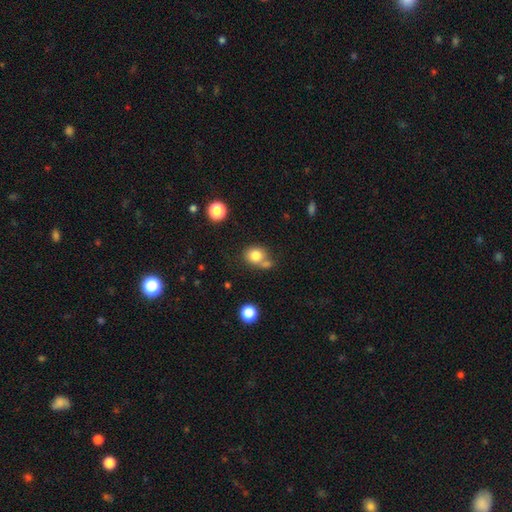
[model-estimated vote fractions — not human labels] Overall: smooth (80%). How rounded: round (70%). Merging: none (54%; merger 28%).